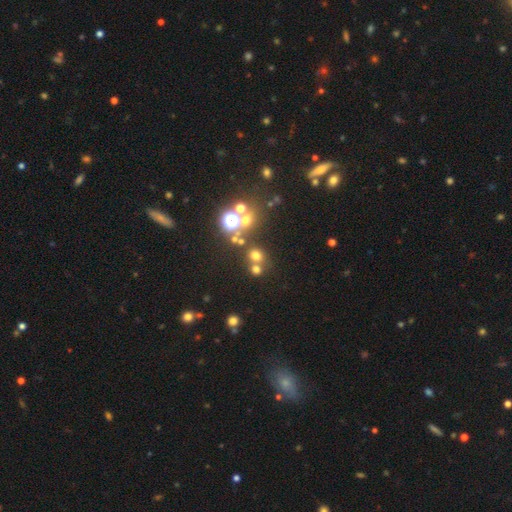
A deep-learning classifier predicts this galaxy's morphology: A smooth galaxy with no disk features (62%) that is round (85%). Merging: none (62%).